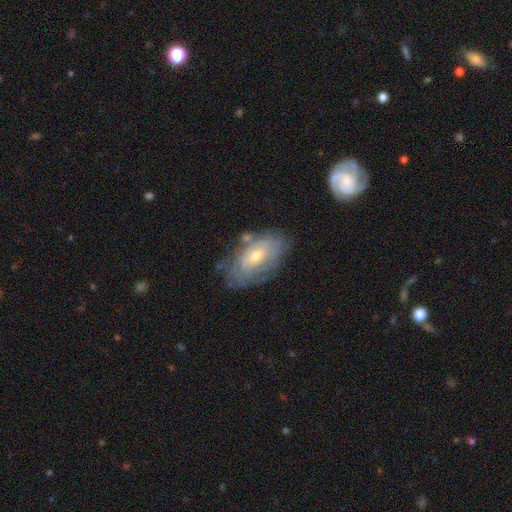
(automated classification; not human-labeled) featured or disk 64%, smooth 29%, star or artifact 8%. Down the decision tree: edge-on disk — no (91%); bar — no (65%); spiral arms — yes (70%); bulge size — small (50%); merging — none (65%).